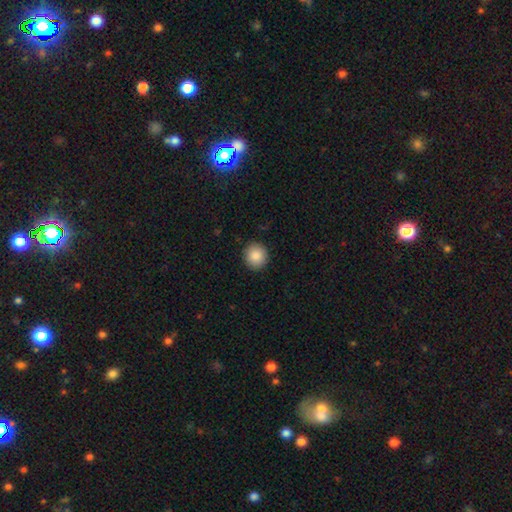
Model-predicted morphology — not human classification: A smooth galaxy with no disk features (87%) that is round (90%).

Vote fractions:
- Smooth or featured? smooth: 87% / star or artifact: 8% / featured or disk: 5%
- How rounded? round: 90% / in between: 9% / cigar-shaped: 1%
- Merging? none: 91% / minor disturbance: 6% / major disturbance: 2% / merger: 1%